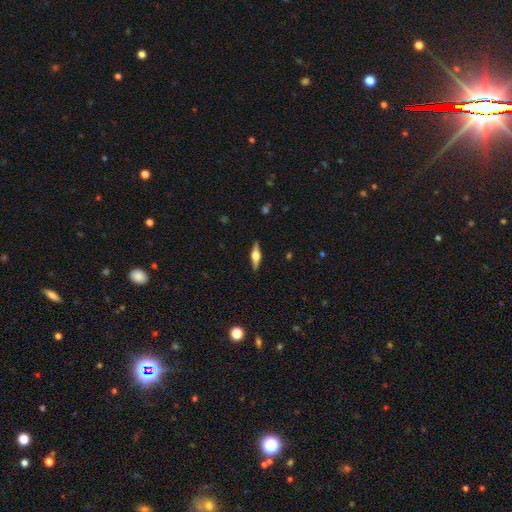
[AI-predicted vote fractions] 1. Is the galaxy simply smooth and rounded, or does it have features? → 71% featured or disk, 23% smooth, 6% star or artifact.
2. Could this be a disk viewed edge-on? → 97% yes, 3% no.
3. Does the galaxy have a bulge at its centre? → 93% rounded, 6% boxy, 1% none.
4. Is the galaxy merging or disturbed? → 90% none, 7% minor disturbance, 2% major disturbance, 1% merger.